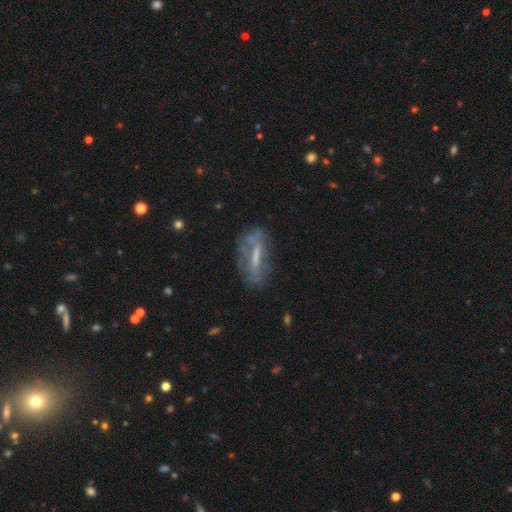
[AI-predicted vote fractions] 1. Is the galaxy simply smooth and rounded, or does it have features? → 56% featured or disk, 33% smooth, 11% star or artifact.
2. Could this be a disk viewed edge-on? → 75% no, 25% yes.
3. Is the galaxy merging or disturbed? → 60% none, 23% minor disturbance, 14% major disturbance, 4% merger.